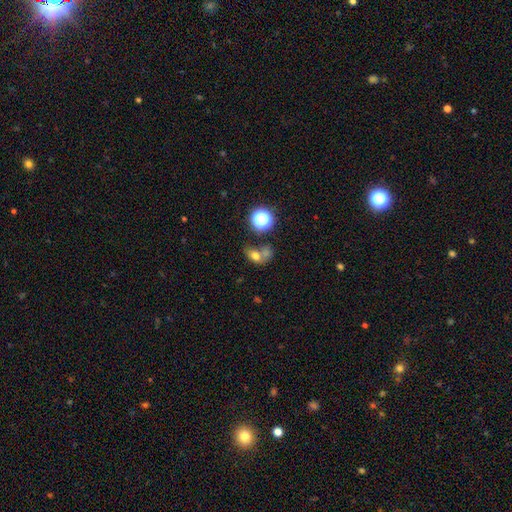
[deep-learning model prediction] smooth_or_featured: smooth (p=0.69) [alt: star or artifact p=0.16]
how_rounded: in between (p=0.64) [alt: round p=0.34]
merging: merger (p=0.48) [alt: none p=0.34]